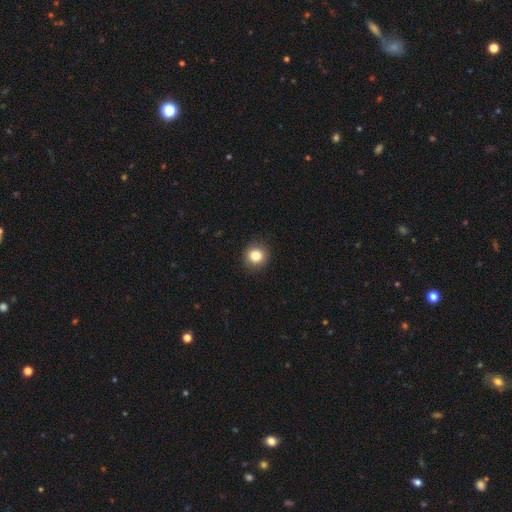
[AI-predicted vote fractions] A smooth galaxy with no disk features (83%) that is round (89%).

Vote fractions:
- Smooth or featured? smooth: 83% / star or artifact: 10% / featured or disk: 6%
- How rounded? round: 89% / in between: 10% / cigar-shaped: 1%
- Merging? none: 90% / minor disturbance: 7% / major disturbance: 2% / merger: 1%